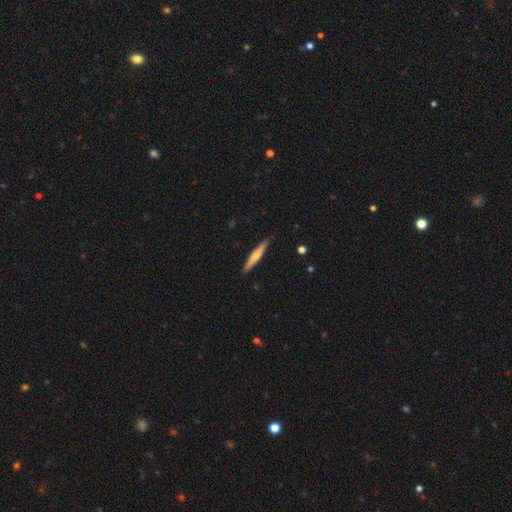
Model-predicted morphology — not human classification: smooth 51%, featured or disk 44%, star or artifact 5%. Down the decision tree: how rounded — cigar-shaped (93%); merging — none (90%).